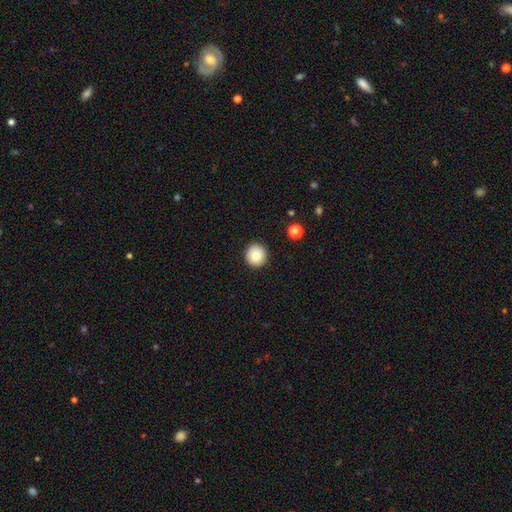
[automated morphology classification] Smooth or featured: smooth — 79% (featured or disk — 12%)
How rounded: round — 94% (in between — 5%)
Merging: none — 93% (minor disturbance — 5%)